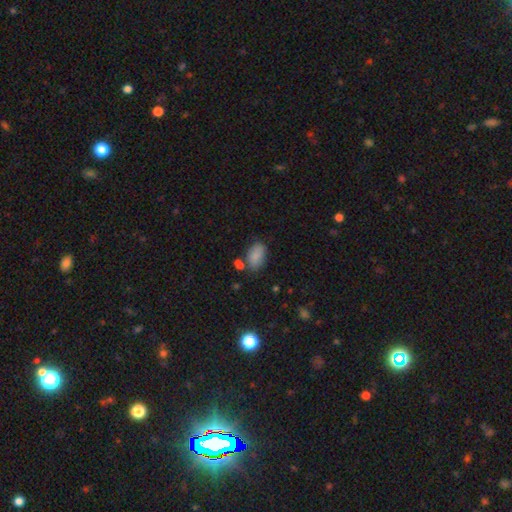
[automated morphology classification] This appears to be a smooth galaxy with no disk features (86%) that is in between round and cigar-shaped (92%). Merging: none (66%).